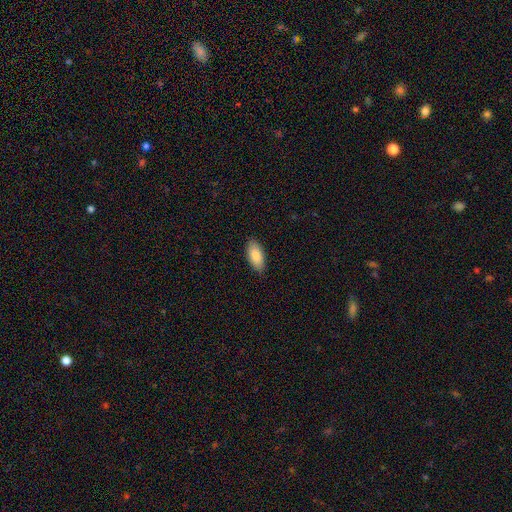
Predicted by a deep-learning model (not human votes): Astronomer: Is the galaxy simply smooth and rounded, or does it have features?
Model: smooth — 85%.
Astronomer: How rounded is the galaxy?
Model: in between — 91%.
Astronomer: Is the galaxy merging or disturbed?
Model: none — 87%.